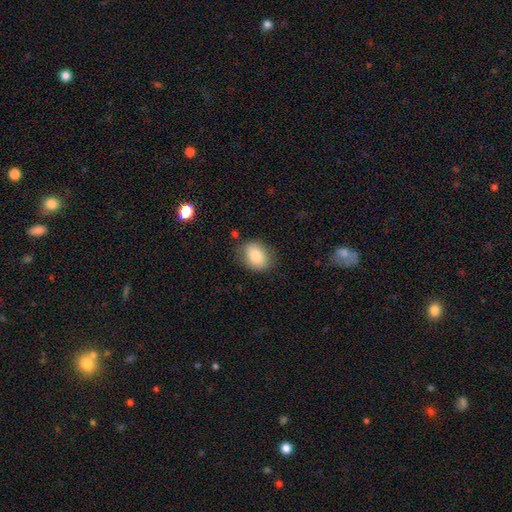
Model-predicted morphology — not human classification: type=smooth (83%); roundness=in between (66%); merging=none (77%).